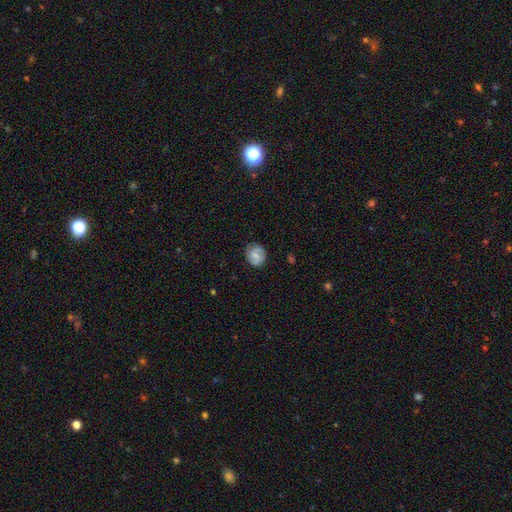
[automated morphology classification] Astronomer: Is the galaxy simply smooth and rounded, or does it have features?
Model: smooth — 60%.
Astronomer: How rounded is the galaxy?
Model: round — 74%.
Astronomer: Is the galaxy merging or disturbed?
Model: none — 78%.